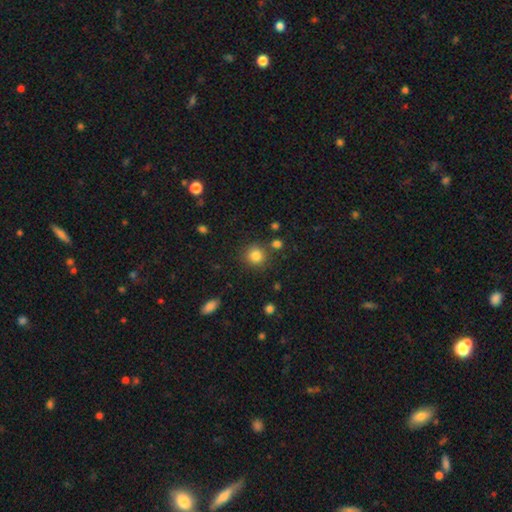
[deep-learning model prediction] A smooth galaxy with no disk features (83%) that is round (90%).

Vote fractions:
- Smooth or featured? smooth: 83% / star or artifact: 11% / featured or disk: 6%
- How rounded? round: 90% / in between: 9% / cigar-shaped: 1%
- Merging? none: 82% / minor disturbance: 9% / merger: 6% / major disturbance: 3%